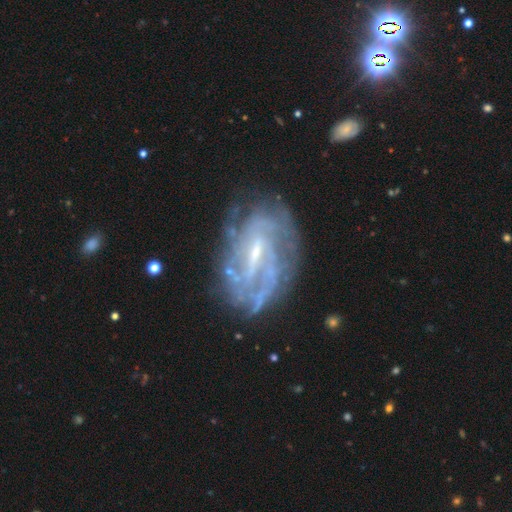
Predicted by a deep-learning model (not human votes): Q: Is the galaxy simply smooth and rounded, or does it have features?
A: featured or disk — 85%.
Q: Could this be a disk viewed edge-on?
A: no — 96%.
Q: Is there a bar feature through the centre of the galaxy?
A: weak — 46%.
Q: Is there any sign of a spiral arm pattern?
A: yes — 90%.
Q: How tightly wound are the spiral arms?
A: tight — 57%.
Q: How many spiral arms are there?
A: can't tell — 41%.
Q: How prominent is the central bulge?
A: small — 59%.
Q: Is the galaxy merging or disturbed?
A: none — 68%.